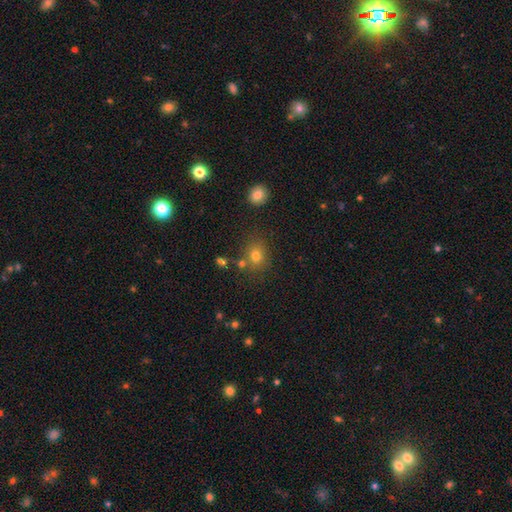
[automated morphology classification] Overall: smooth (75%). How rounded: round (68%; in between 31%). Merging: none (72%).